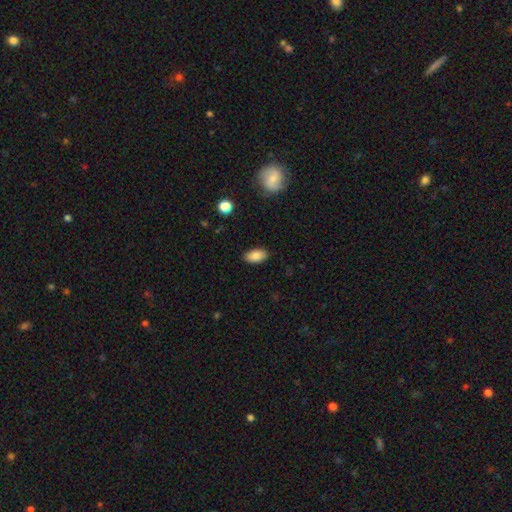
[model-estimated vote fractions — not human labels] smooth-or-featured: smooth: 85% | star or artifact: 8% | featured or disk: 6%
  how-rounded: in between: 93% | round: 5% | cigar-shaped: 2%
  merging: none: 88% | minor disturbance: 9% | major disturbance: 2% | merger: 1%